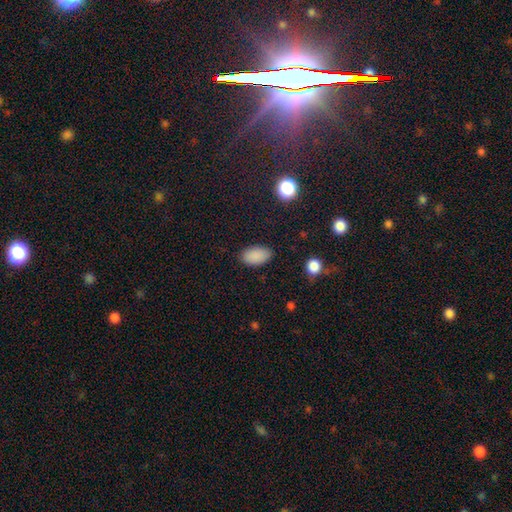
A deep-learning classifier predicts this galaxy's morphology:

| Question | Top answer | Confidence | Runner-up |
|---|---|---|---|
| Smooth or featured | smooth | 88% | star or artifact (8%) |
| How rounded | in between | 94% | round (5%) |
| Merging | none | 85% | minor disturbance (11%) |